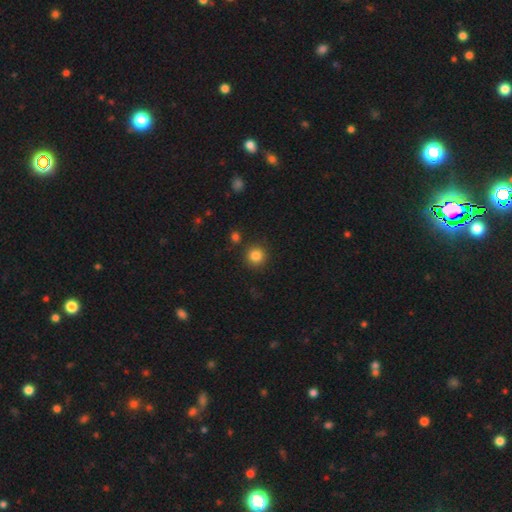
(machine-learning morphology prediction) Q: Smooth or featured?
A: smooth (84%); runner-up: star or artifact (11%)
Q: How rounded?
A: round (93%); runner-up: in between (6%)
Q: Merging?
A: none (88%); runner-up: minor disturbance (6%)